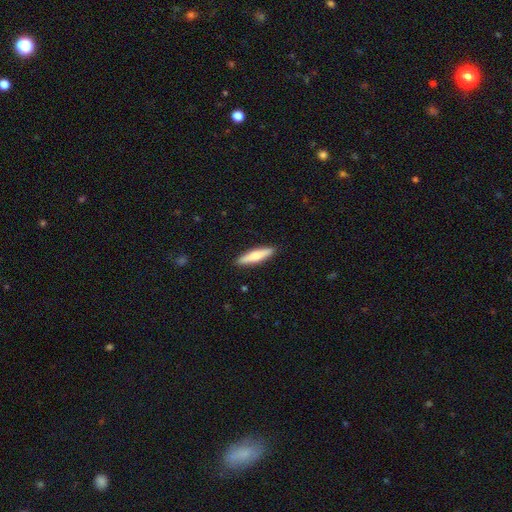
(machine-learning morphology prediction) Q: Smooth or featured?
A: smooth (66%); runner-up: featured or disk (29%)
Q: How rounded?
A: cigar-shaped (82%); runner-up: in between (17%)
Q: Merging?
A: none (91%); runner-up: minor disturbance (7%)